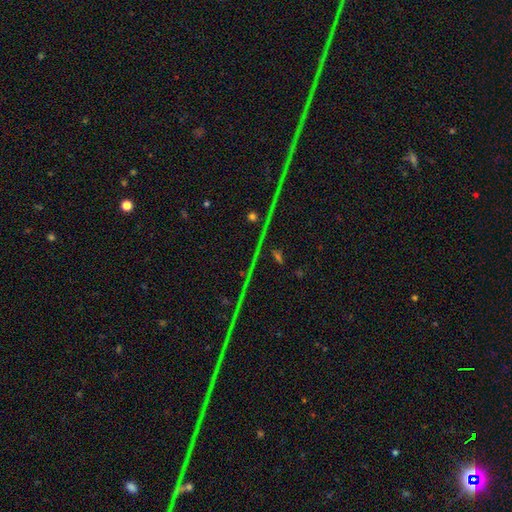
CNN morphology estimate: Smooth or featured? Predicted: star or artifact (p=0.83).